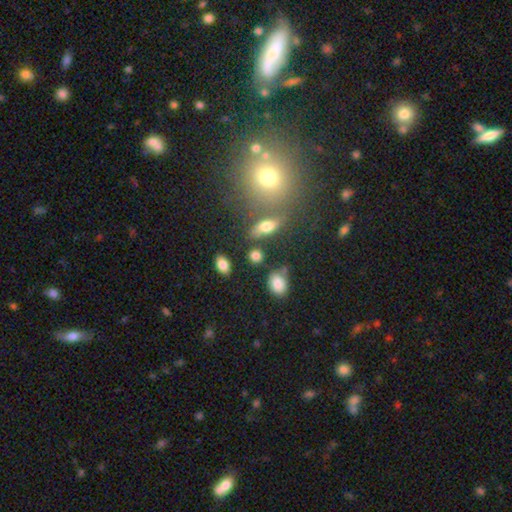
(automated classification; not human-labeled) Q: Smooth or featured?
A: smooth (78%); runner-up: star or artifact (12%)
Q: How rounded?
A: in between (62%); runner-up: round (33%)
Q: Merging?
A: none (67%); runner-up: minor disturbance (15%)